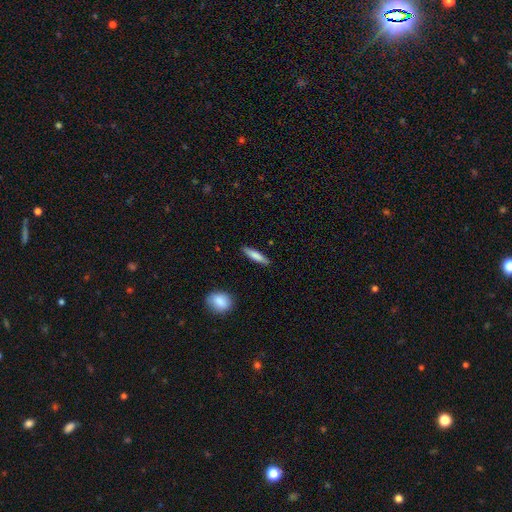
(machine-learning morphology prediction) type=smooth (76%); roundness=cigar-shaped (82%); merging=none (88%).